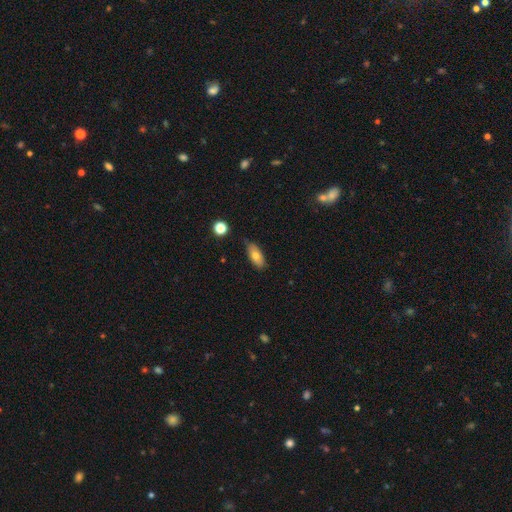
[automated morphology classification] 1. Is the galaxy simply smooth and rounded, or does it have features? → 73% smooth, 19% featured or disk, 8% star or artifact.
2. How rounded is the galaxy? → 85% in between, 12% cigar-shaped, 4% round.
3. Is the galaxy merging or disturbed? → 74% none, 20% minor disturbance, 3% major disturbance, 2% merger.